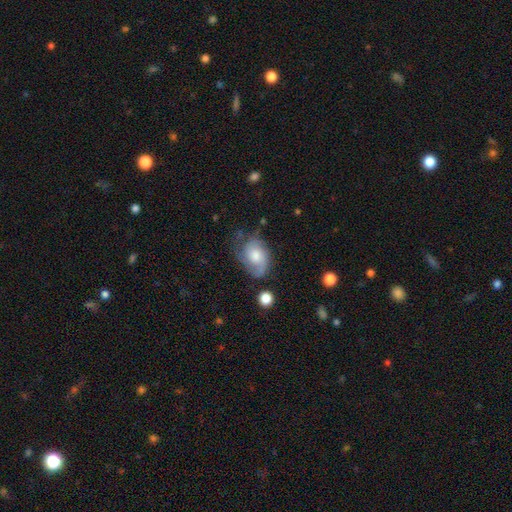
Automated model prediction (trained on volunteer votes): Overall: featured or disk (58%; smooth 34%). Edge-on disk: no (96%). Bar: no (71%). Spiral arms: yes (87%). Bulge size: moderate (52%; small 22%). Merging: none (53%; minor disturbance 28%).